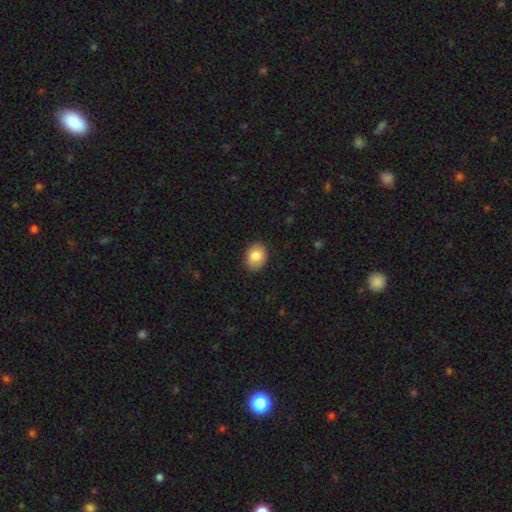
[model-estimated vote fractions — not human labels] Smooth or featured? smooth (86%)
How rounded? in between (61%)
Merging? none (87%)